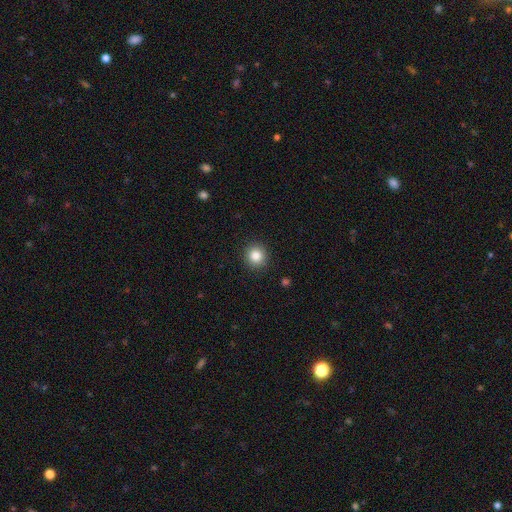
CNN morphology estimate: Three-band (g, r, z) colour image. It shows a smooth galaxy with no disk features (84%) that is round (92%). Merging: none (92%).